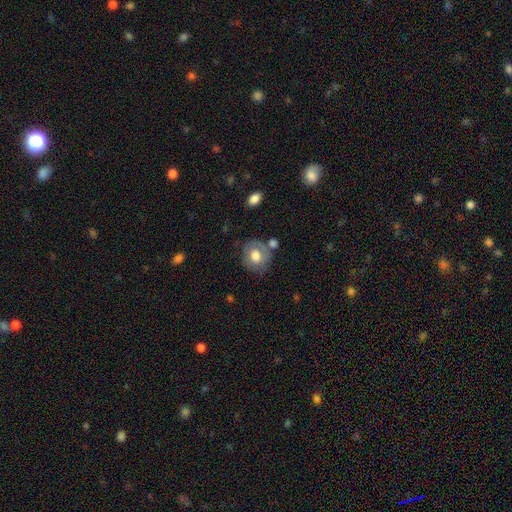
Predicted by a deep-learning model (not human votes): Smooth or featured? Predicted: smooth (p=0.61). How rounded? Predicted: round (p=0.73). Merging? Predicted: none (p=0.64).